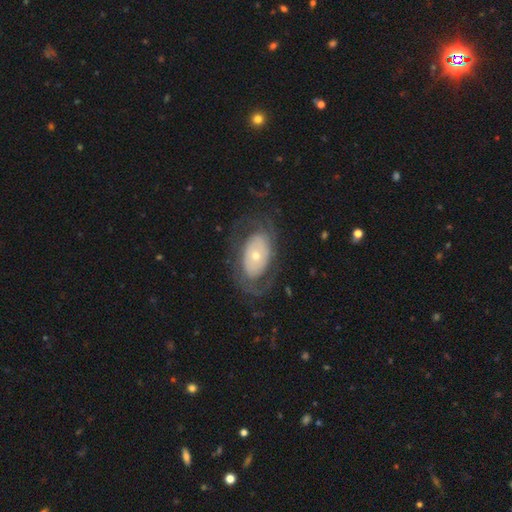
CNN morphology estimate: The model was most divided on "spiral arms": yes: 57%, no: 43%. More confident: edge-on disk — no (93%); bar — no (82%); smooth or featured — featured or disk (65%); merging — none (64%); bulge size — small (55%).